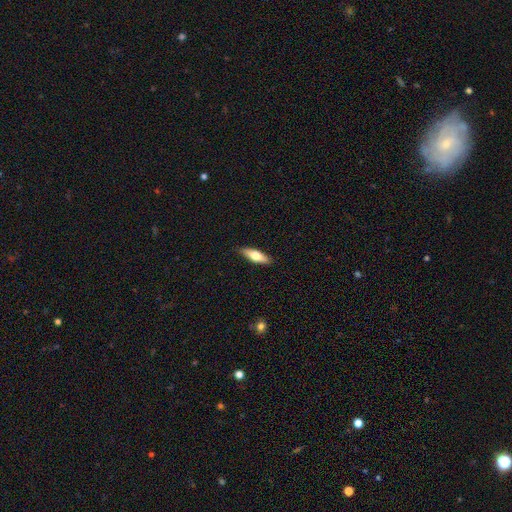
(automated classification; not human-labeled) Overall: smooth (62%; featured or disk 32%). How rounded: in between (51%; cigar-shaped 46%). Merging: none (88%).